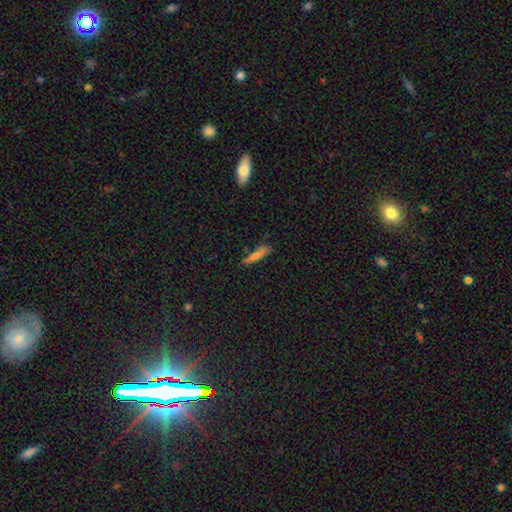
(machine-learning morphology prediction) type=smooth (63%); roundness=cigar-shaped (85%); merging=none (73%).